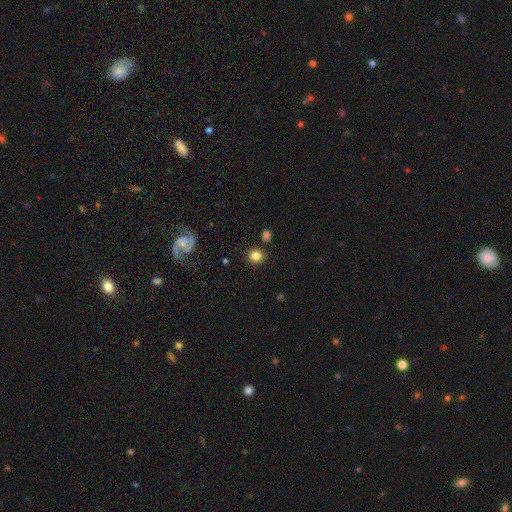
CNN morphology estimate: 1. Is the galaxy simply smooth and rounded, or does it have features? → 82% smooth, 11% star or artifact, 7% featured or disk.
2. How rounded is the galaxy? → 86% round, 13% in between, 1% cigar-shaped.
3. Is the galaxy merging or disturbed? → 85% none, 7% minor disturbance, 5% merger, 2% major disturbance.